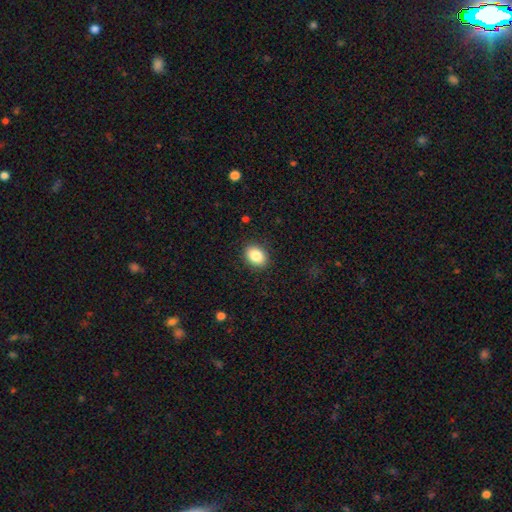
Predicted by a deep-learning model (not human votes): smooth_or_featured: smooth (p=0.86) [alt: star or artifact p=0.08]
how_rounded: in between (p=0.72) [alt: round p=0.27]
merging: none (p=0.89) [alt: minor disturbance p=0.08]